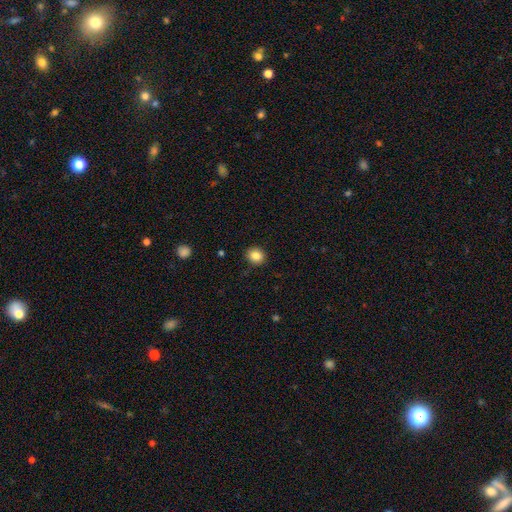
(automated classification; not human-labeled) This is clearly a smooth galaxy (86%). How rounded: likely round (74%). Merging: clearly none (89%).